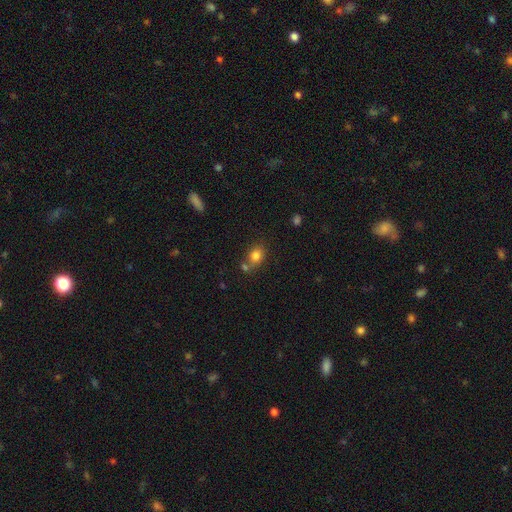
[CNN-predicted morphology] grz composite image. It shows a smooth galaxy with no disk features (81%) that is round (52%). Merging: none (56%).